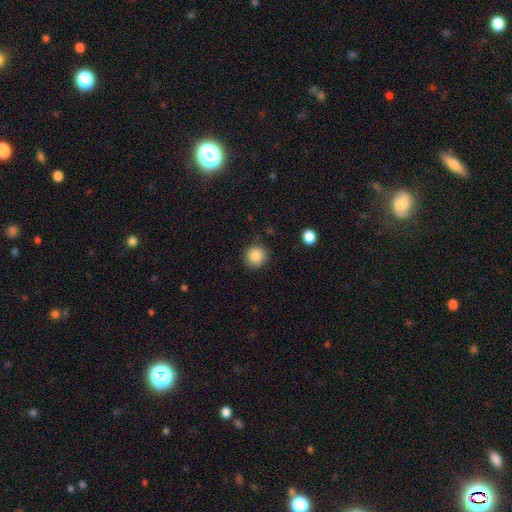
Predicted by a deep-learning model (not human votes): smooth-or-featured: smooth: 86% | star or artifact: 9% | featured or disk: 5%
  how-rounded: round: 90% | in between: 9% | cigar-shaped: 1%
  merging: none: 86% | minor disturbance: 9% | major disturbance: 3% | merger: 1%